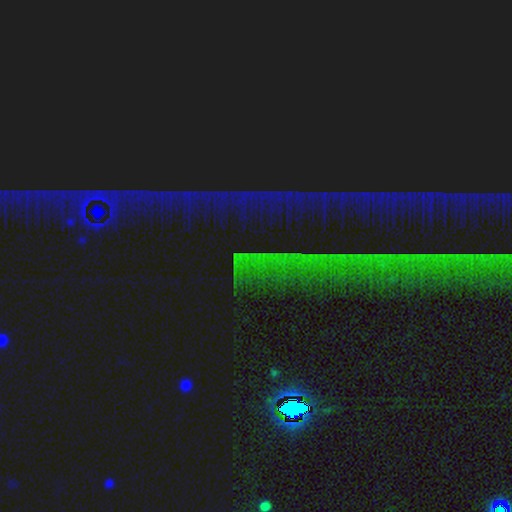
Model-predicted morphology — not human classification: The model was most divided on "smooth or featured": star or artifact: 87%, featured or disk: 7%, smooth: 6%.